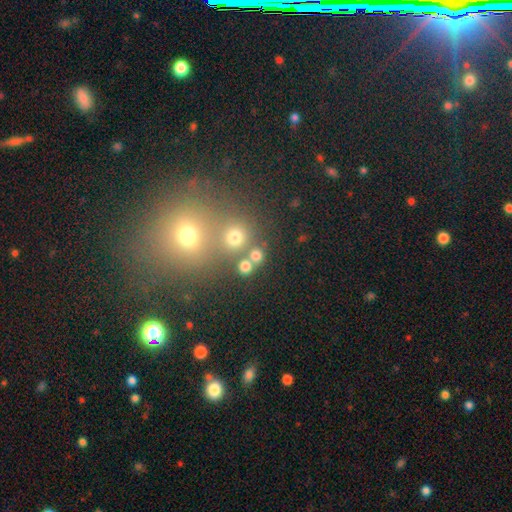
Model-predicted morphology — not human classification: Smooth or featured?
  - smooth: 71% *
  - star or artifact: 19%
  - featured or disk: 9%
How rounded?
  - round: 85% *
  - in between: 13%
  - cigar-shaped: 1%
Merging?
  - none: 64% *
  - merger: 23%
  - minor disturbance: 8%
  - major disturbance: 5%